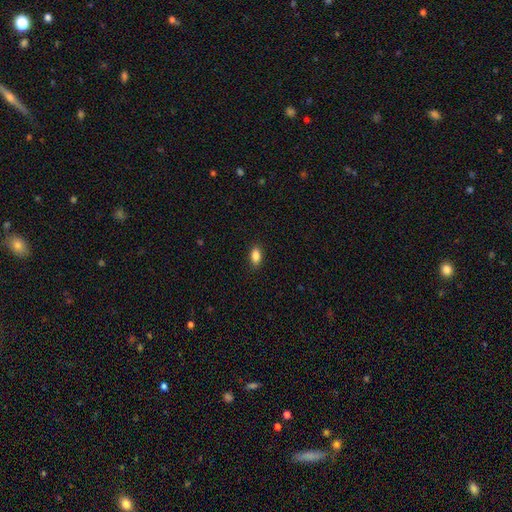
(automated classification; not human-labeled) The model was most divided on "merging": none: 87%, minor disturbance: 9%, major disturbance: 2%, merger: 1%. More confident: how rounded — in between (89%); smooth or featured — smooth (87%).